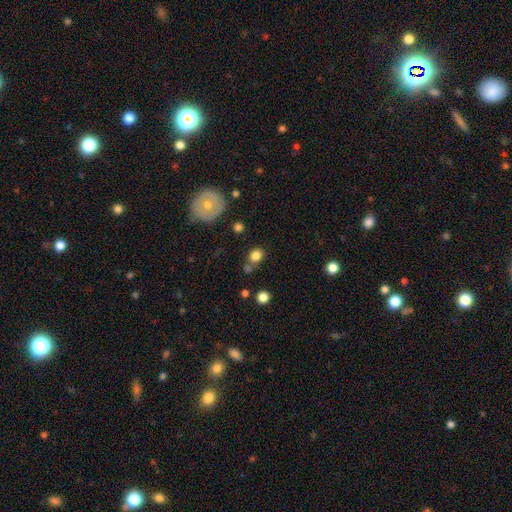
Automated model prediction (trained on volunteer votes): This is clearly a smooth galaxy (81%). How rounded: likely round (61%). Merging: likely none (67%).